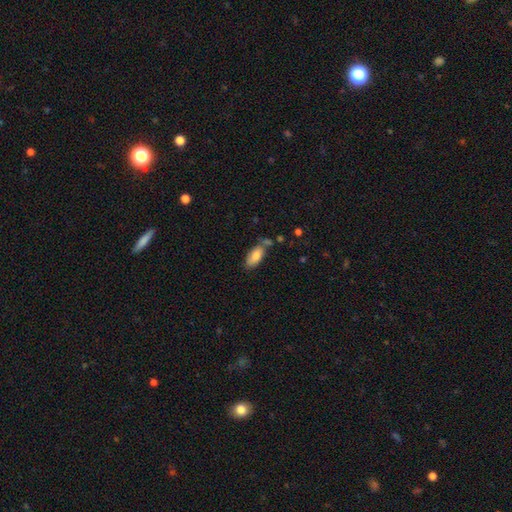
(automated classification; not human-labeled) Smooth or featured? Predicted: smooth (p=0.83). How rounded? Predicted: in between (p=0.90). Merging? Predicted: none (p=0.58).